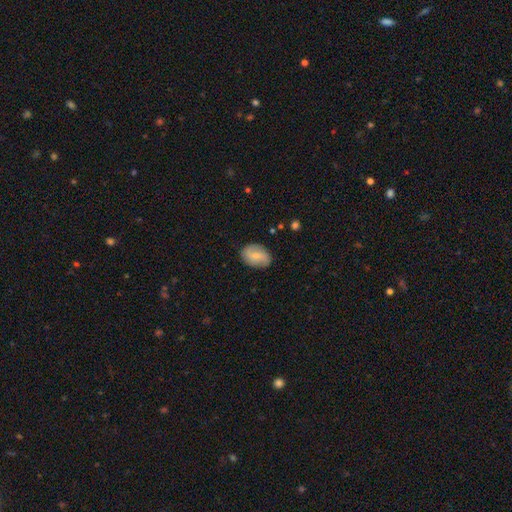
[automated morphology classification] Smooth or featured? smooth (57%)
How rounded? in between (82%)
Merging? none (81%)